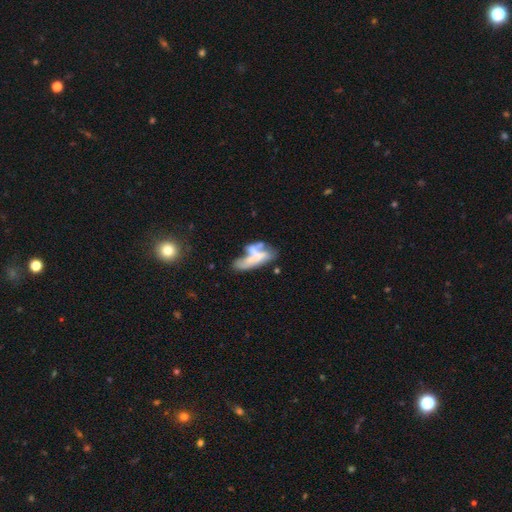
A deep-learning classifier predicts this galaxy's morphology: Smooth or featured?
  - featured or disk: 46% *
  - smooth: 44%
  - star or artifact: 10%
Merging?
  - merger: 38% *
  - major disturbance: 25%
  - none: 22%
  - minor disturbance: 15%